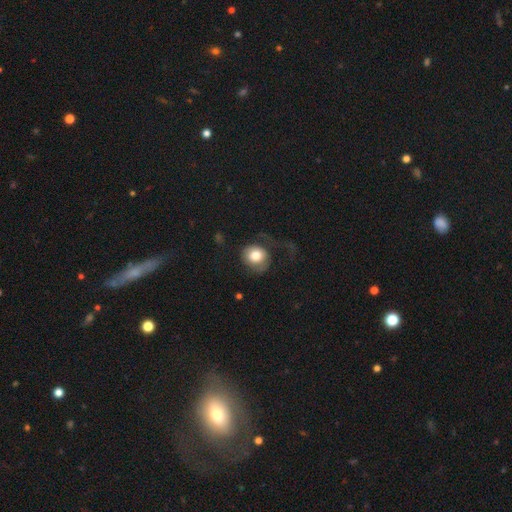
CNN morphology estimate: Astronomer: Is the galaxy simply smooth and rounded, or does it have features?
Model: smooth — 73%.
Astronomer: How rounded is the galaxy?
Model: round — 76%.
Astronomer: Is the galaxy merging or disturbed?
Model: none — 43% (runner-up: major disturbance, 36%).